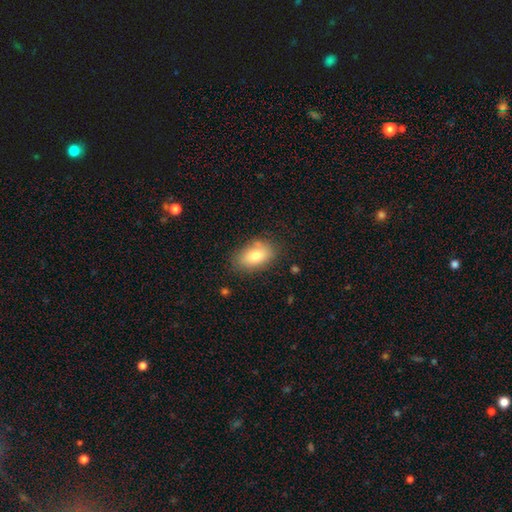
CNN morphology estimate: A smooth galaxy with no disk features (78%) that is in between round and cigar-shaped (89%). Merging: none (77%).